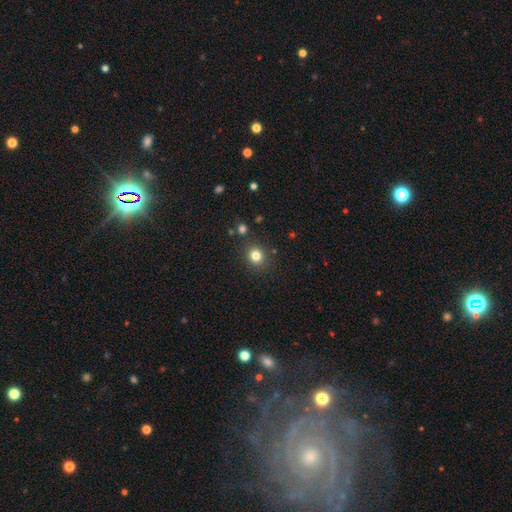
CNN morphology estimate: Overall: smooth (81%). How rounded: round (84%). Merging: none (87%).